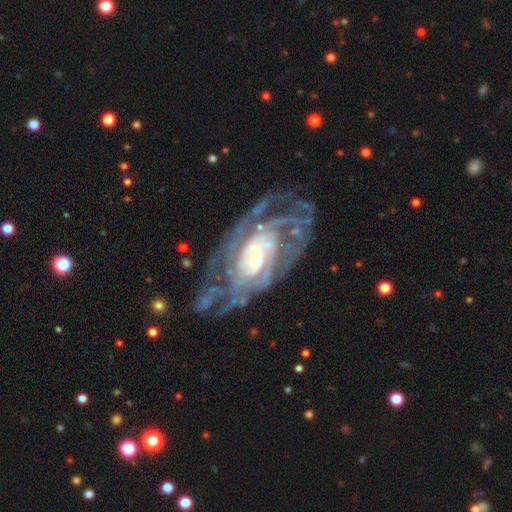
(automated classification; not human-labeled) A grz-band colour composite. It shows a featured or disk galaxy (88%) with no bar (61%), tight (63%) spiral arms (95%) and a small central bulge (44%). Merging: none (62%).